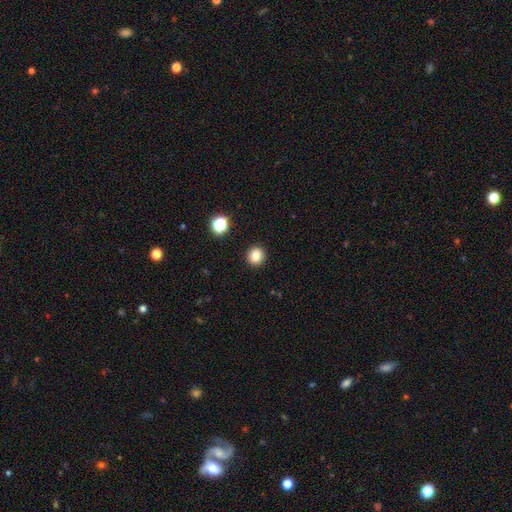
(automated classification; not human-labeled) This is clearly a smooth galaxy (83%). How rounded: clearly round (83%). Merging: clearly none (91%).